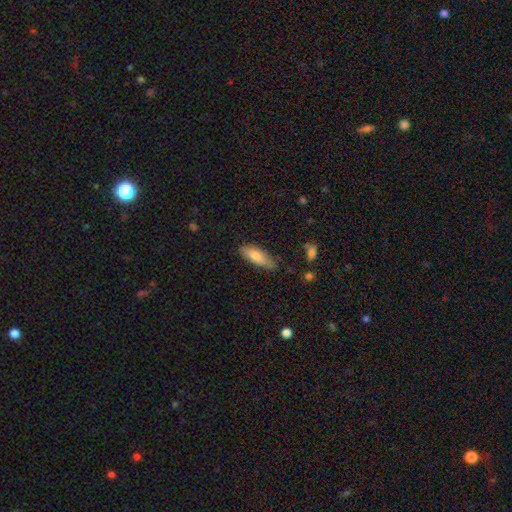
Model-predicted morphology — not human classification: Smooth or featured? Predicted: smooth (p=0.79). How rounded? Predicted: in between (p=0.70). Merging? Predicted: none (p=0.62).